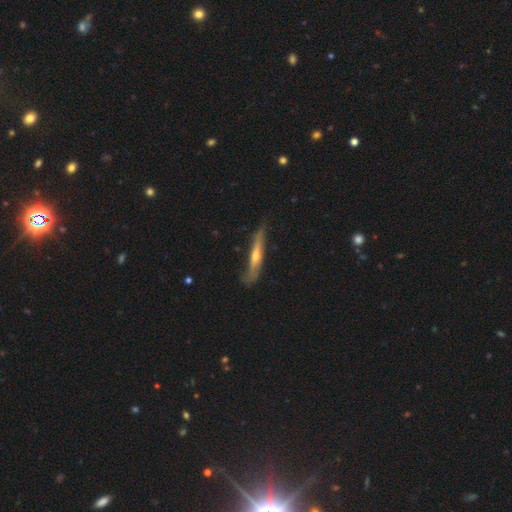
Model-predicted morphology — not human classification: Smooth or featured? Predicted: featured or disk (p=0.60). Edge-on disk? Predicted: yes (p=0.87). Edge-on bulge? Predicted: rounded (p=0.78). Merging? Predicted: none (p=0.66).